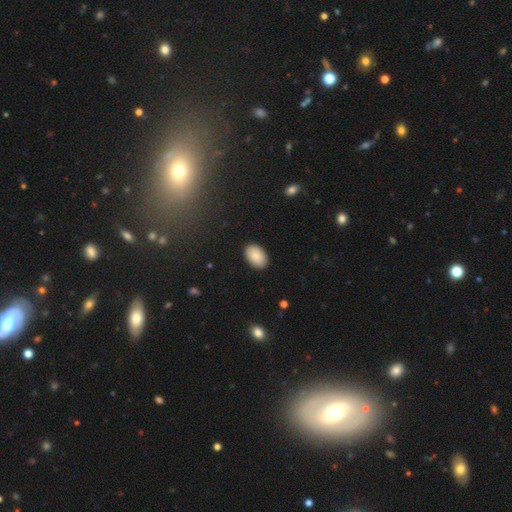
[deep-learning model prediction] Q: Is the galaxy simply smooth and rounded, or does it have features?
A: smooth — 88%.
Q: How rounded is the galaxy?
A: in between — 91%.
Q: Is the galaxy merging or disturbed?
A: none — 90%.